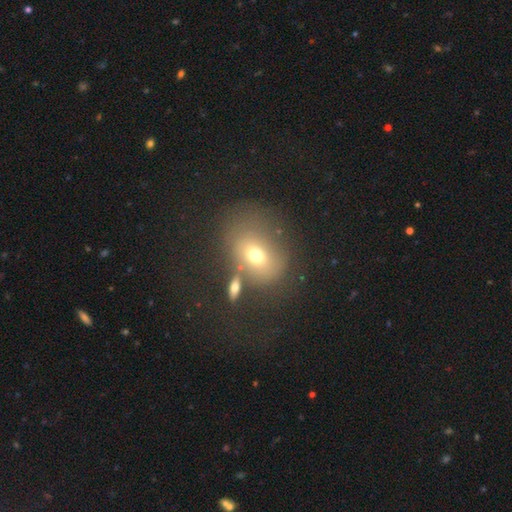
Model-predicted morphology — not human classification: Smooth or featured: smooth — 64% (featured or disk — 22%)
How rounded: in between — 59% (round — 40%)
Merging: none — 53% (minor disturbance — 18%)